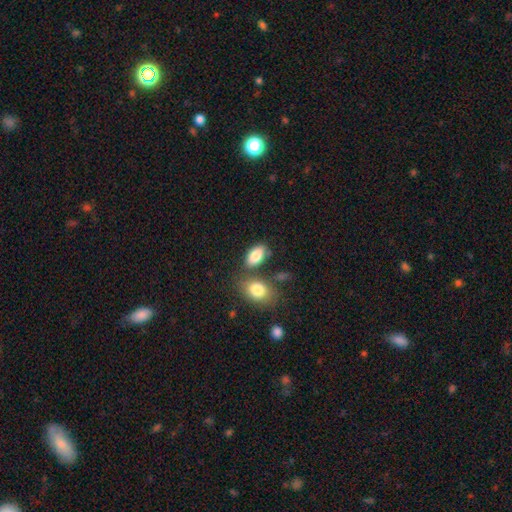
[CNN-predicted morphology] smooth-or-featured: smooth: 83% | featured or disk: 9% | star or artifact: 7%
  how-rounded: in between: 92% | round: 6% | cigar-shaped: 3%
  merging: none: 65% | merger: 17% | minor disturbance: 14% | major disturbance: 4%